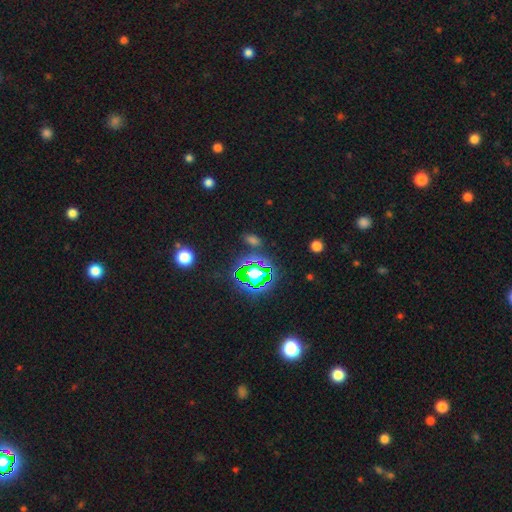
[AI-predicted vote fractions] A star or artifact, not a galaxy (78%).

Vote fractions:
- Smooth or featured? star or artifact: 78% / smooth: 15% / featured or disk: 7%